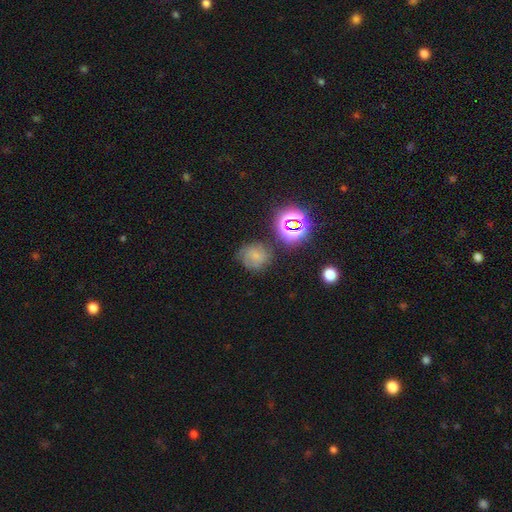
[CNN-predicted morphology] smooth 49%, featured or disk 26%, star or artifact 24%. Down the decision tree: merging — none (61%).